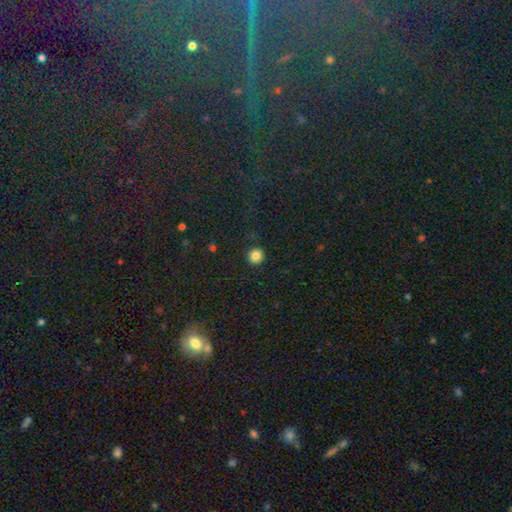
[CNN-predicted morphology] A smooth galaxy with no disk features (85%) that is round (94%). Merging: none (93%).